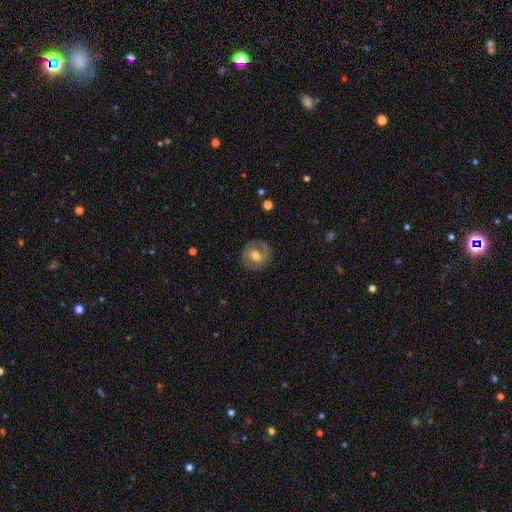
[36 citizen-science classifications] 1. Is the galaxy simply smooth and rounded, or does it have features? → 50% smooth (tied), 50% featured or disk (tied), 0% star or artifact.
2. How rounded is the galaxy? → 94% round, 6% in between, 0% cigar-shaped.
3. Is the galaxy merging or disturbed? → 81% none, 14% minor disturbance, 3% major disturbance, 3% merger.